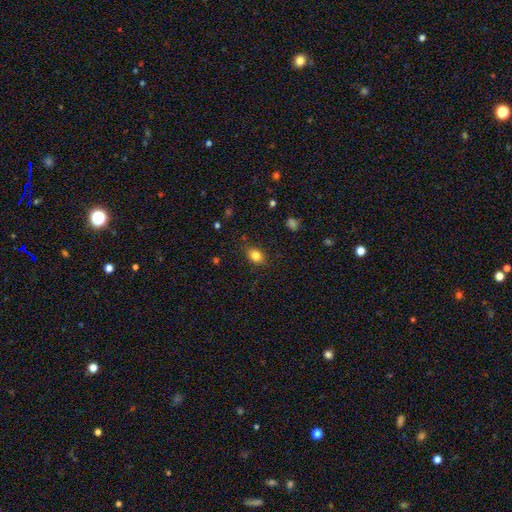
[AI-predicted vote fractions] Smooth or featured? smooth (83%)
How rounded? in between (70%)
Merging? none (83%)